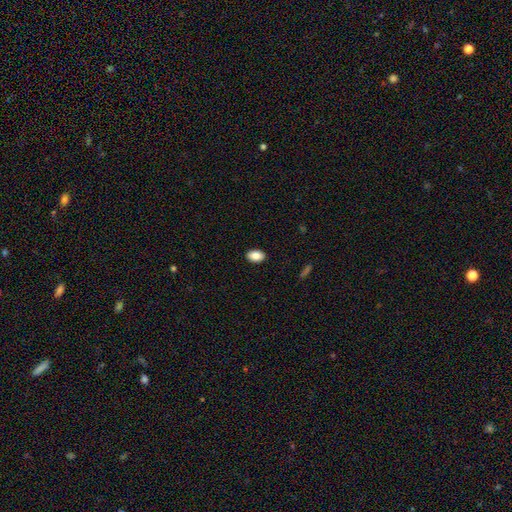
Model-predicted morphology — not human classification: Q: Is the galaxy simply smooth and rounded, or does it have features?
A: smooth — 88%.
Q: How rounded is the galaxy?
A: in between — 90%.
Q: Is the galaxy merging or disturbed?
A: none — 90%.